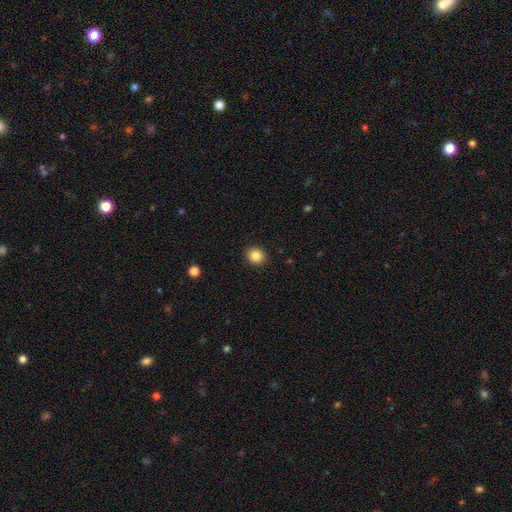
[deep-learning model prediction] Smooth or featured? Predicted: smooth (p=0.85). How rounded? Predicted: round (p=0.82). Merging? Predicted: none (p=0.92).